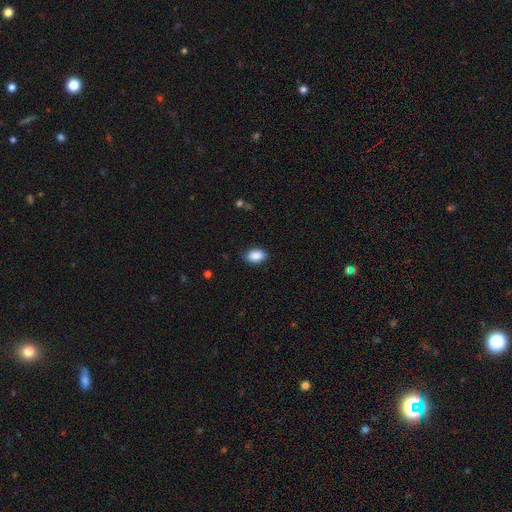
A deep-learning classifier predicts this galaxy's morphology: smooth_or_featured: smooth (p=0.90) [alt: star or artifact p=0.07]
how_rounded: in between (p=0.89) [alt: round p=0.10]
merging: none (p=0.86) [alt: minor disturbance p=0.10]